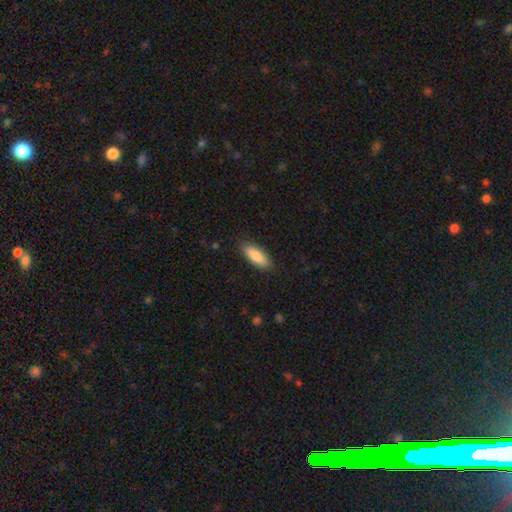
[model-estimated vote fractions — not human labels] The model was most divided on "how rounded": in between: 69%, cigar-shaped: 29%, round: 2%. More confident: merging — none (86%); smooth or featured — smooth (85%).